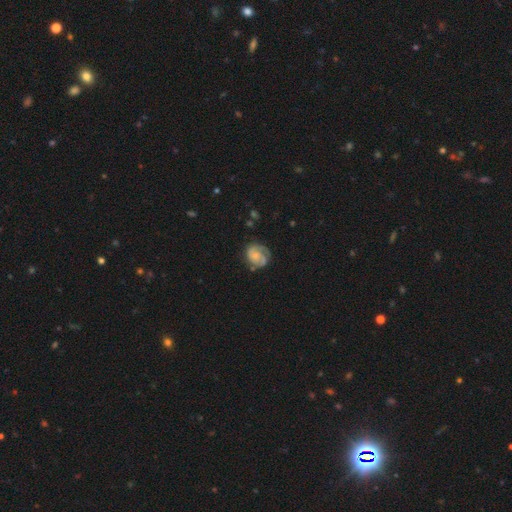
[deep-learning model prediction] Morphology: type=featured or disk (76%); edge-on=no (98%); bar=no (69%); spiral arms=yes (94%); winding=tight (55%); arm count=2 (61%); bulge=small (51%); merging=none (67%).